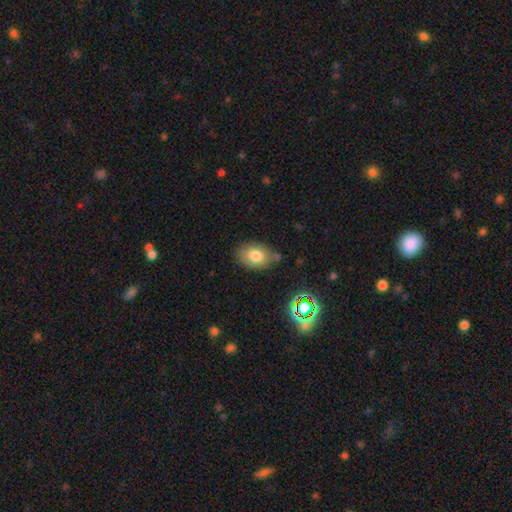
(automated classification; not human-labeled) Q: Smooth or featured?
A: smooth (77%); runner-up: featured or disk (13%)
Q: How rounded?
A: in between (83%); runner-up: round (15%)
Q: Merging?
A: none (74%); runner-up: minor disturbance (18%)